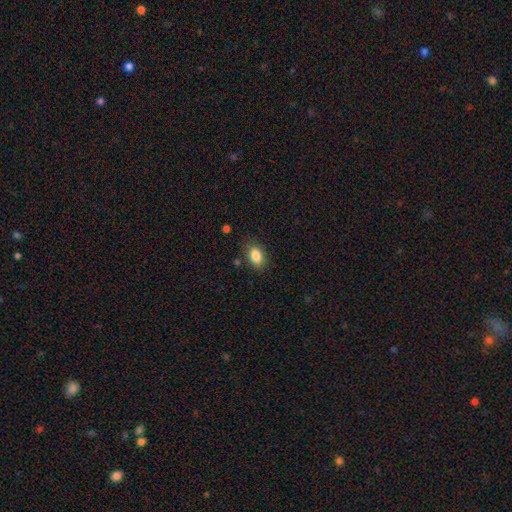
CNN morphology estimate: Smooth or featured?
  - smooth: 85% *
  - star or artifact: 9%
  - featured or disk: 6%
How rounded?
  - in between: 84% *
  - round: 15%
  - cigar-shaped: 2%
Merging?
  - none: 83% *
  - minor disturbance: 13%
  - major disturbance: 3%
  - merger: 2%